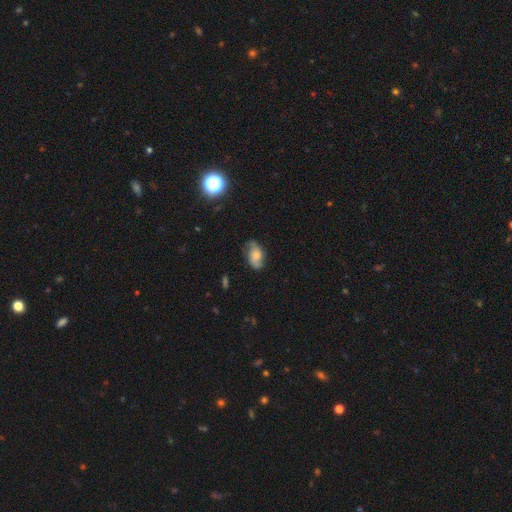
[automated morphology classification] Smooth or featured?
  - featured or disk: 48% *
  - smooth: 42%
  - star or artifact: 10%
Merging?
  - none: 68% *
  - minor disturbance: 24%
  - major disturbance: 7%
  - merger: 2%